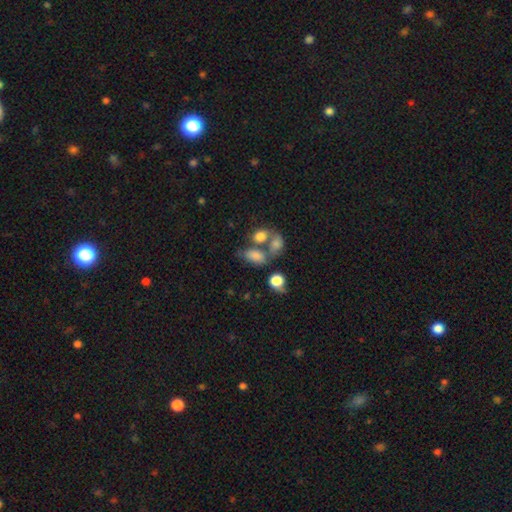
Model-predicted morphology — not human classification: This is likely a smooth galaxy (77%). How rounded: clearly in between (82%). Merging: marginally merger (44%).